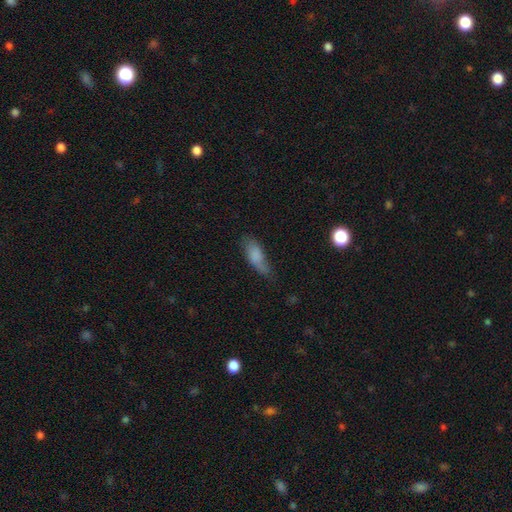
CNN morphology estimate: type=smooth (78%); roundness=in between (69%); merging=none (53%).